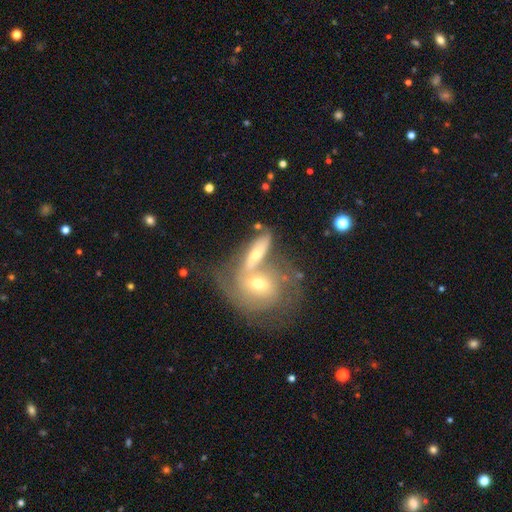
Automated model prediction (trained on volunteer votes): A featured or disk galaxy (62%). Merging: merger (62%).